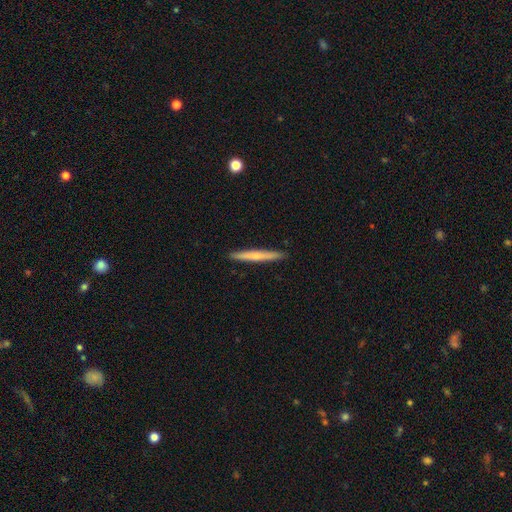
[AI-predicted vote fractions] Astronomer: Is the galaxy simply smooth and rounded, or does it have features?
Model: smooth — 54% (runner-up: featured or disk, 41%).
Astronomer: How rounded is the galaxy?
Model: cigar-shaped — 96%.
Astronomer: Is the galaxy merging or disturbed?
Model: none — 92%.